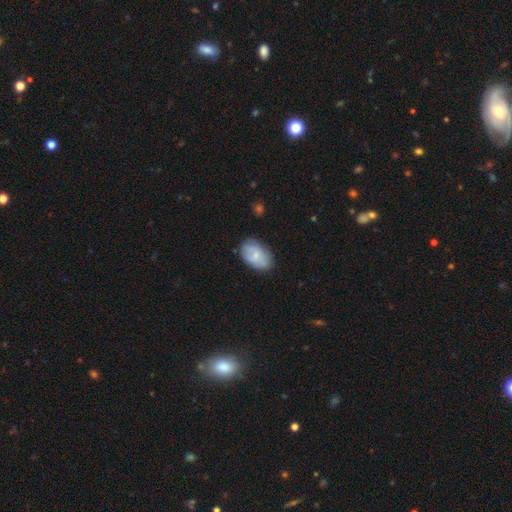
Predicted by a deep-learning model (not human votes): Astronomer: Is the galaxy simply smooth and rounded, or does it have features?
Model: smooth — 72%.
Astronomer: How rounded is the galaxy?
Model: in between — 91%.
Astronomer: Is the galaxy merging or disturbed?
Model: none — 74%.